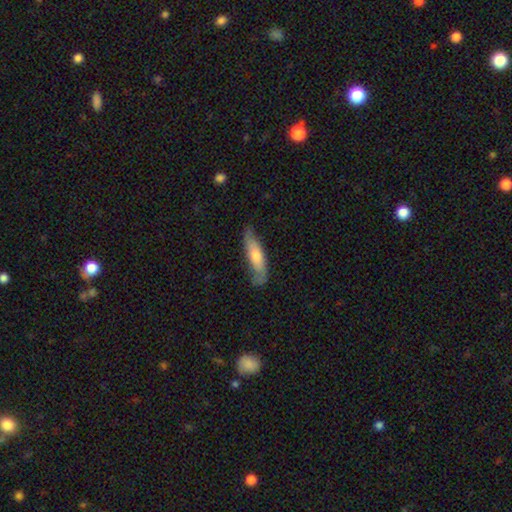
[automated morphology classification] Smooth or featured? Predicted: smooth (p=0.54). How rounded? Predicted: cigar-shaped (p=0.65). Merging? Predicted: none (p=0.67).